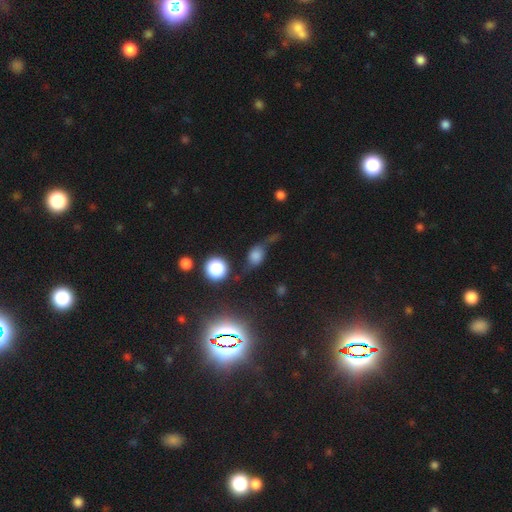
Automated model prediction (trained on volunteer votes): Smooth or featured: smooth — 56% (featured or disk — 25%)
How rounded: in between — 56% (round — 39%)
Merging: none — 43% (minor disturbance — 26%)